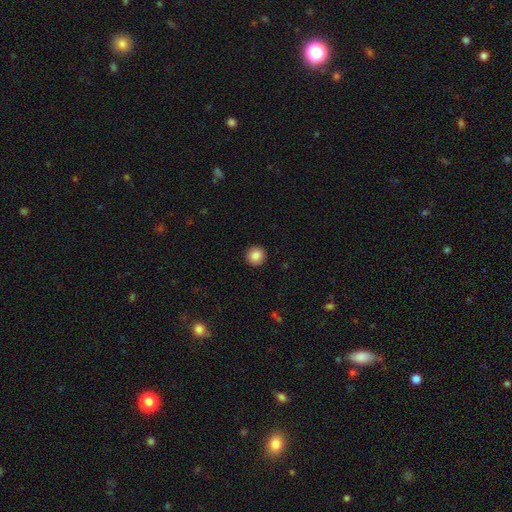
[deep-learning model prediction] Overall: smooth (87%). How rounded: round (95%). Merging: none (93%).